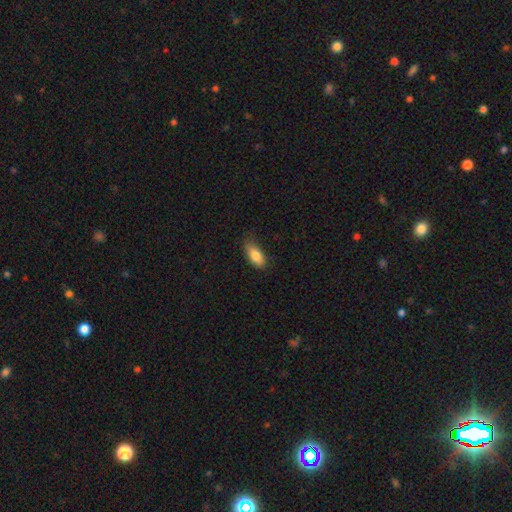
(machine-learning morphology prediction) Smooth or featured? smooth (81%)
How rounded? in between (81%)
Merging? none (74%)